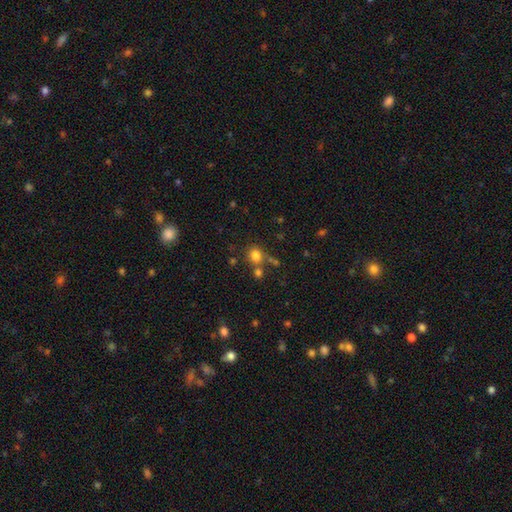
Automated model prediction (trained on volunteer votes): smooth_or_featured: smooth (p=0.78) [alt: star or artifact p=0.14]
how_rounded: round (p=0.76) [alt: in between p=0.23]
merging: none (p=0.65) [alt: merger p=0.20]